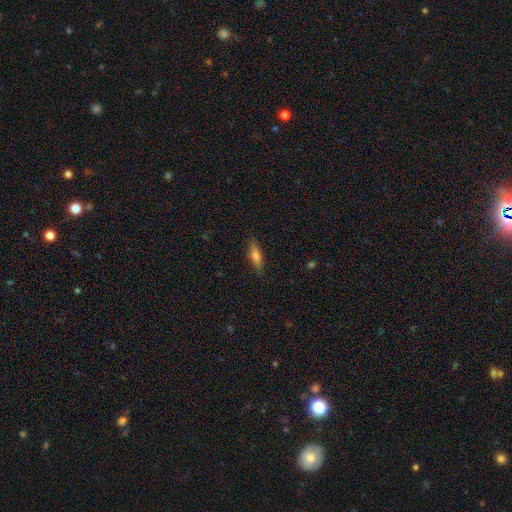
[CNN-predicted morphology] type=smooth (71%); roundness=cigar-shaped (52%); merging=none (85%).